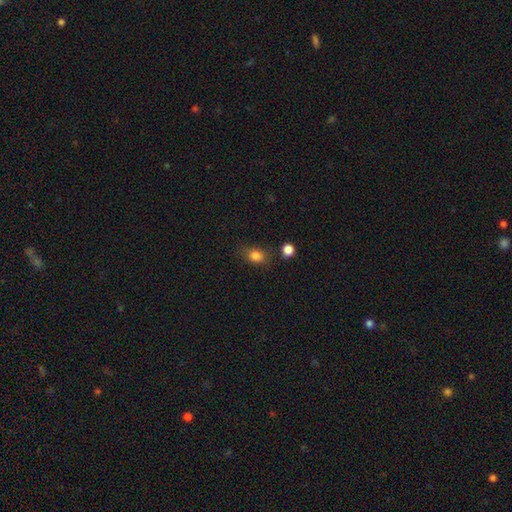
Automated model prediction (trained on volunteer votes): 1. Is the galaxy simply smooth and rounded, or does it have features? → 83% smooth, 11% star or artifact, 6% featured or disk.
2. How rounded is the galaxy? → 66% in between, 32% round, 2% cigar-shaped.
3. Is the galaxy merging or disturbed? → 72% none, 18% minor disturbance, 5% major disturbance, 5% merger.